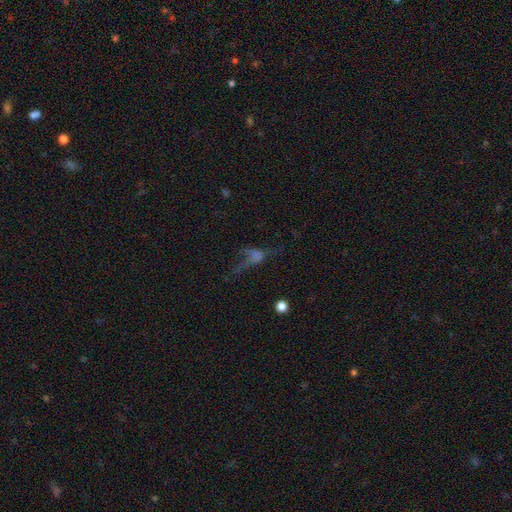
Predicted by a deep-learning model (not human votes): Smooth or featured? featured or disk (41%)
Merging? major disturbance (46%)